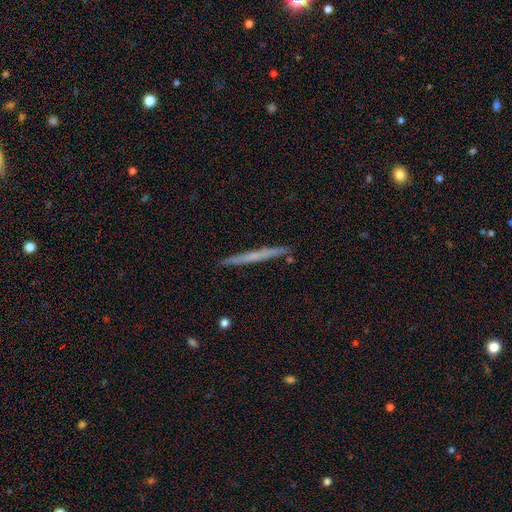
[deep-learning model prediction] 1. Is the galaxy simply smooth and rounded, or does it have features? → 49% featured or disk, 46% smooth, 6% star or artifact.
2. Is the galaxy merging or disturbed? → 91% none, 6% minor disturbance, 1% merger, 1% major disturbance.